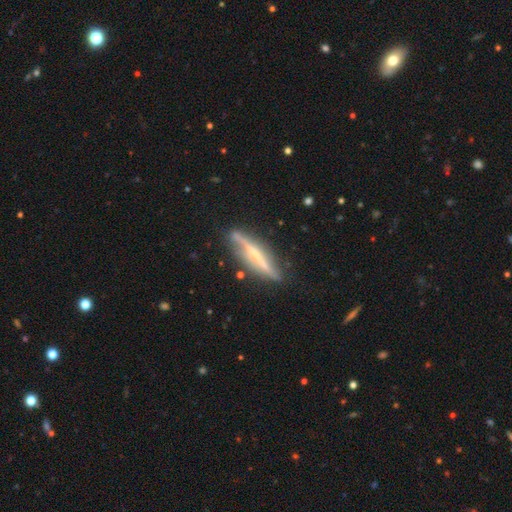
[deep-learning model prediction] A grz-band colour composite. It shows a featured or disk galaxy (73%) viewed edge-on (91%) with no central bulge (48%). Merging: none (79%).